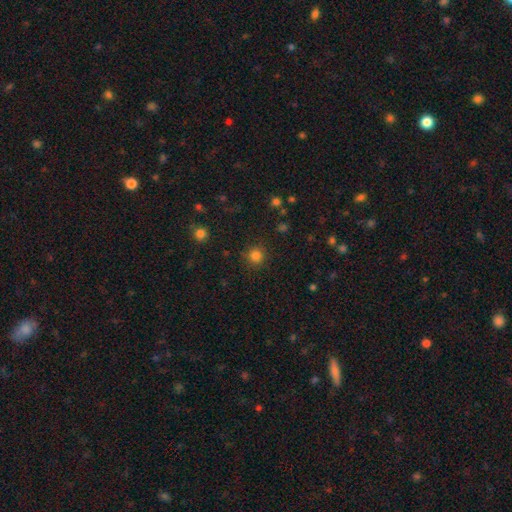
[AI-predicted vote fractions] This is clearly a smooth galaxy (82%). How rounded: clearly round (93%). Merging: clearly none (88%).